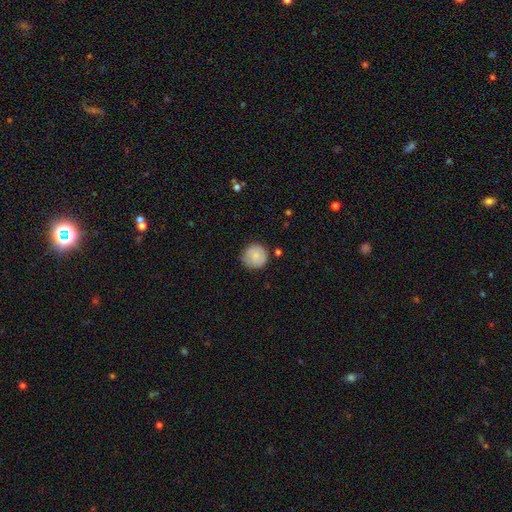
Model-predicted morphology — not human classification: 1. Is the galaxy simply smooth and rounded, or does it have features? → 78% smooth, 15% featured or disk, 7% star or artifact.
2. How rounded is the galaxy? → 95% round, 4% in between, 1% cigar-shaped.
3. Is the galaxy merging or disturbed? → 82% none, 13% minor disturbance, 3% major disturbance, 2% merger.